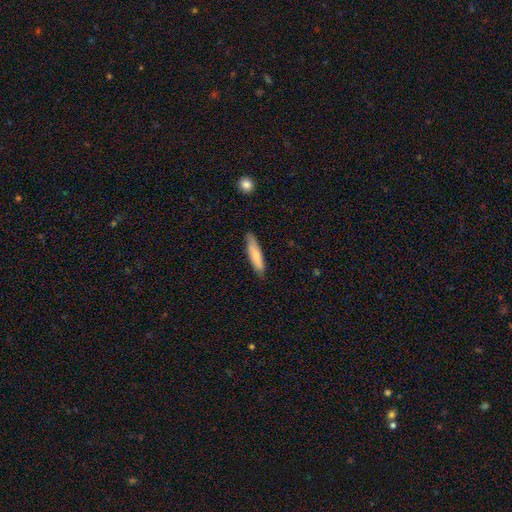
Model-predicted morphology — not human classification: The model was most divided on "how rounded": cigar-shaped: 75%, in between: 23%, round: 1%. More confident: merging — none (81%); smooth or featured — smooth (76%).